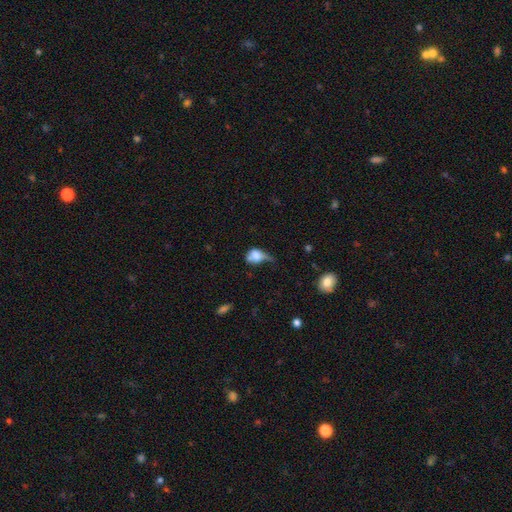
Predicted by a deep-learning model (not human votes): Smooth or featured? smooth (67%)
How rounded? in between (62%)
Merging? major disturbance (36%)